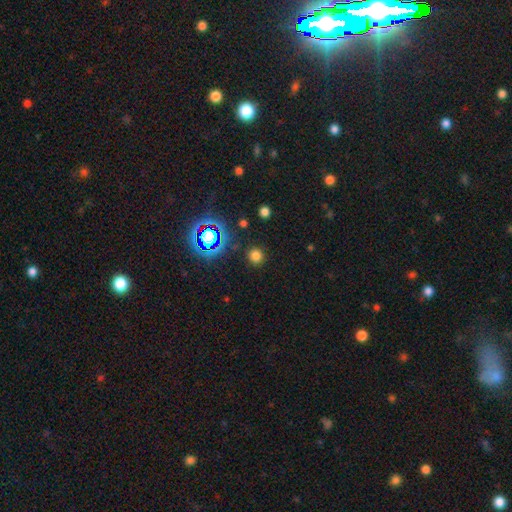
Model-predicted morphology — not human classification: This appears to be a smooth galaxy with no disk features (71%) that is round (93%). Merging: none (88%).